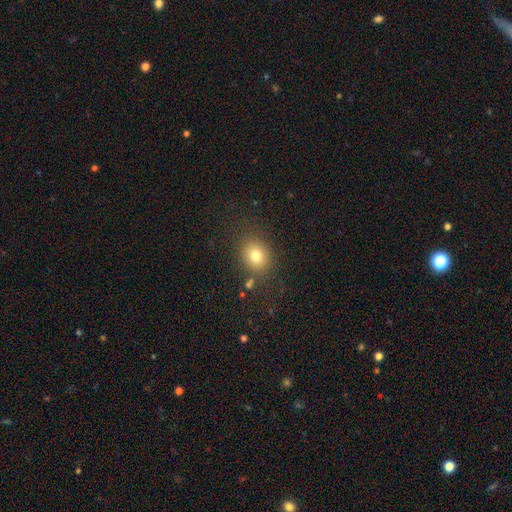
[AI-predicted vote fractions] The model was most divided on "how rounded": round: 61%, in between: 38%, cigar-shaped: 1%. More confident: merging — none (81%); smooth or featured — smooth (77%).